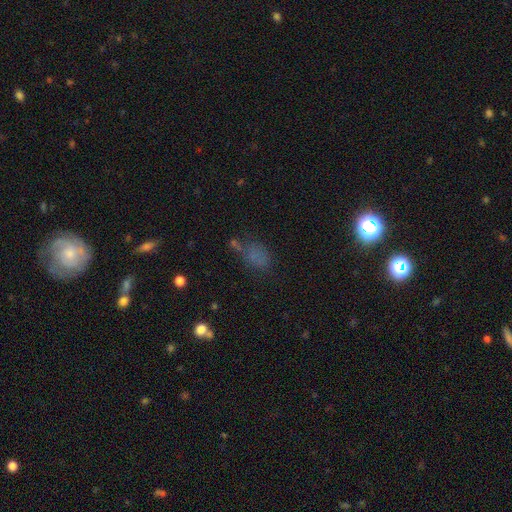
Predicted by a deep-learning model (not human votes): Smooth or featured? Predicted: smooth (p=0.60). How rounded? Predicted: in between (p=0.77). Merging? Predicted: none (p=0.48).